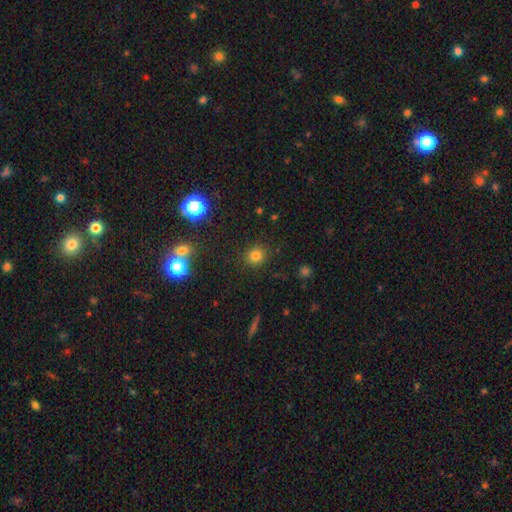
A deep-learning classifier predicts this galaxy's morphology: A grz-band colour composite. It shows a smooth galaxy with no disk features (78%) that is round (85%). Merging: none (87%).